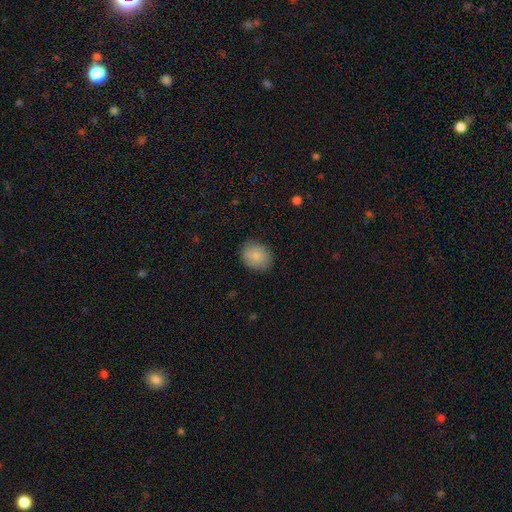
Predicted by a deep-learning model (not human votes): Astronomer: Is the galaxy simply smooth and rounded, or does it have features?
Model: smooth — 83%.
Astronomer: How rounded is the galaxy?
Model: in between — 50% (runner-up: round, 49%).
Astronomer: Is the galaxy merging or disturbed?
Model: none — 83%.